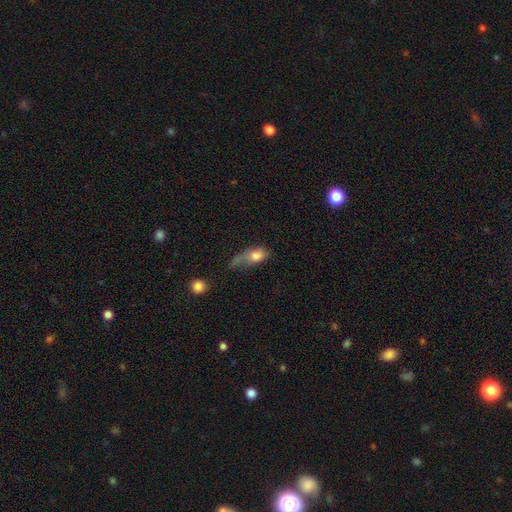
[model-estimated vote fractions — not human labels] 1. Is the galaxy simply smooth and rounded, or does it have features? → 71% smooth, 20% featured or disk, 9% star or artifact.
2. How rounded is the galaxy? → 75% in between, 17% round, 8% cigar-shaped.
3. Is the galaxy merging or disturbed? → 50% major disturbance, 22% minor disturbance, 19% none, 9% merger.